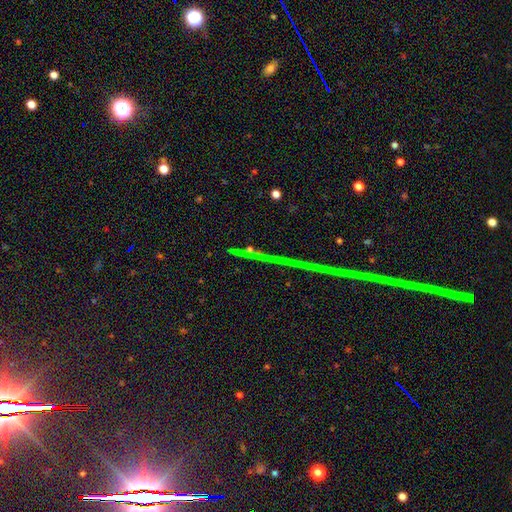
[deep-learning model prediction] Smooth or featured: star or artifact — 82% (featured or disk — 11%)